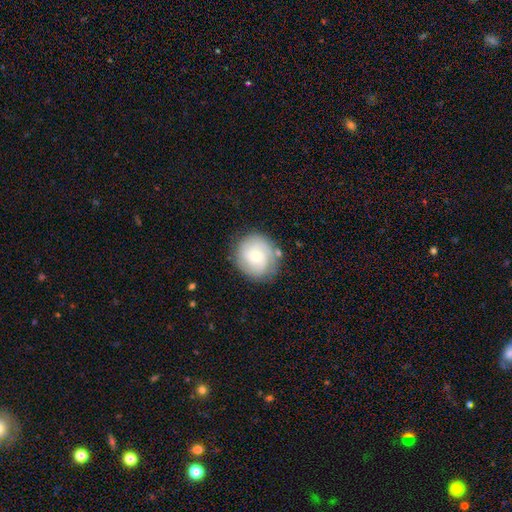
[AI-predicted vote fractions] This is possibly a featured or disk galaxy (58%). It is clearly not viewed edge-on (97%). Bar: likely no (72%). Spiral arm pattern: clearly yes (86%). Central bulge: possibly small (55%). Merging: likely none (78%).